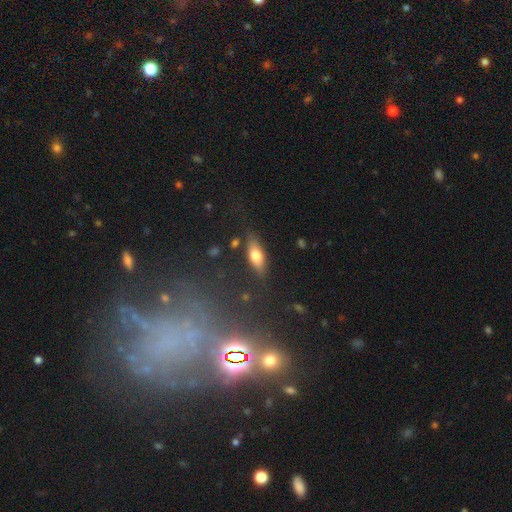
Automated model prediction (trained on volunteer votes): Q: Smooth or featured?
A: smooth (68%); runner-up: featured or disk (25%)
Q: How rounded?
A: in between (70%); runner-up: cigar-shaped (27%)
Q: Merging?
A: none (78%); runner-up: minor disturbance (15%)